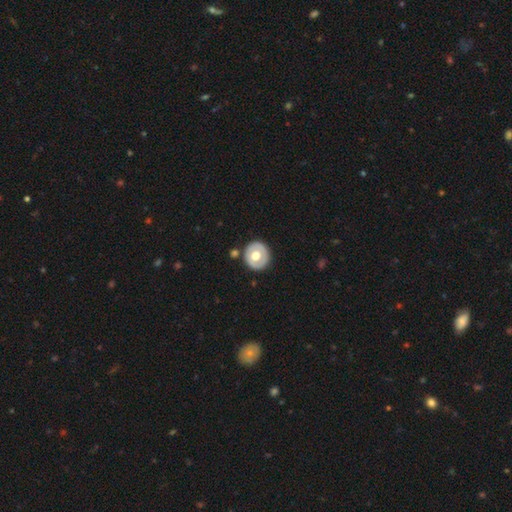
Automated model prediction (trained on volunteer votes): A smooth galaxy with no disk features (50%).

Vote fractions:
- Smooth or featured? smooth: 50% / featured or disk: 44% / star or artifact: 6%
- Merging? none: 84% / minor disturbance: 9% / merger: 5% / major disturbance: 3%